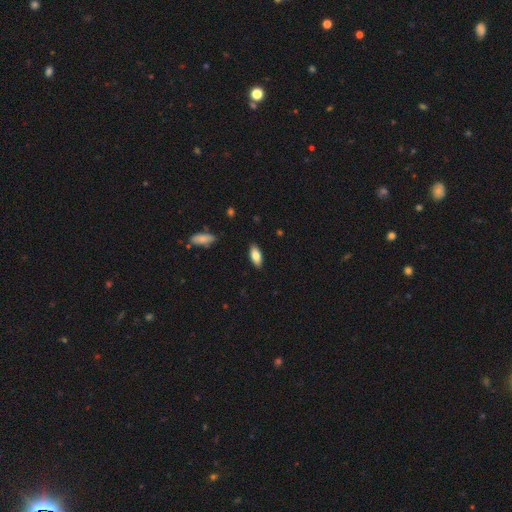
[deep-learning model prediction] This appears to be a smooth galaxy with no disk features (81%) that is in between round and cigar-shaped (84%). Merging: none (88%).